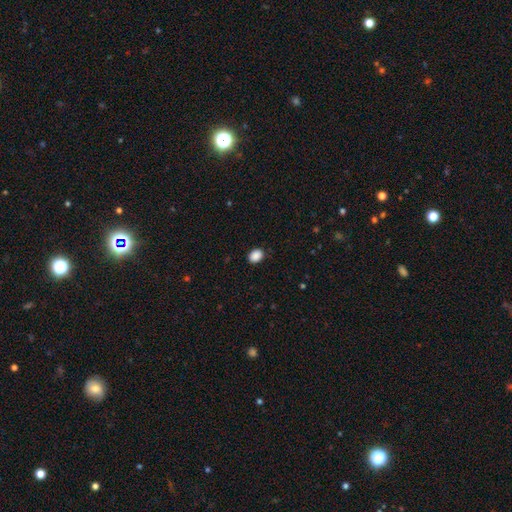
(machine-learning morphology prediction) type=smooth (89%); roundness=in between (61%); merging=none (89%).